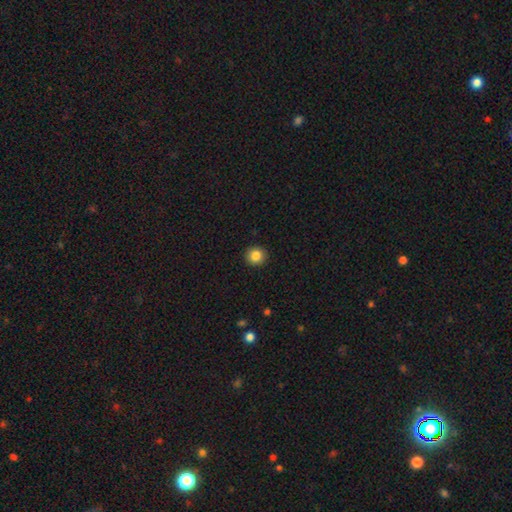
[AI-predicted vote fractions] Smooth or featured?
  - smooth: 85% *
  - star or artifact: 10%
  - featured or disk: 5%
How rounded?
  - round: 92% *
  - in between: 7%
  - cigar-shaped: 1%
Merging?
  - none: 92% *
  - minor disturbance: 5%
  - major disturbance: 2%
  - merger: 1%